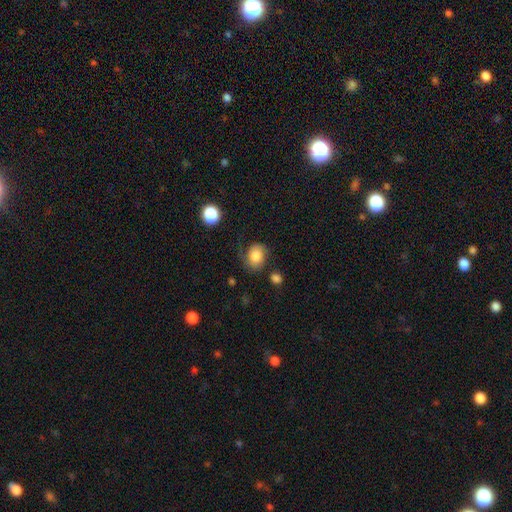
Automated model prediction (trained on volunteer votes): smooth 68%, featured or disk 23%, star or artifact 9%. Down the decision tree: how rounded — round (51%); merging — none (56%).